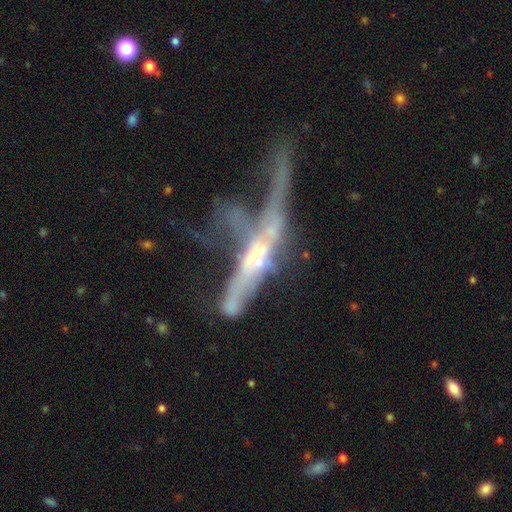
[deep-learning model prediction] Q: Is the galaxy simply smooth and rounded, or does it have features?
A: featured or disk — 66%.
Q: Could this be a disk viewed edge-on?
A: yes — 55%.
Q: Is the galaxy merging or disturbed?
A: major disturbance — 43%.